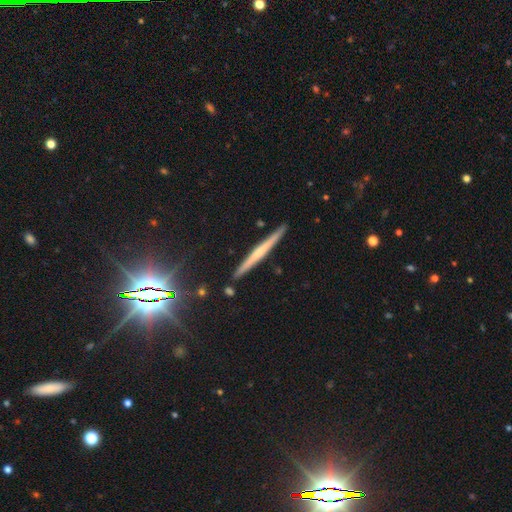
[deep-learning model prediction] A featured or disk galaxy (54%) viewed edge-on (97%) with no central bulge (61%).

Vote fractions:
- Smooth or featured? featured or disk: 54% / smooth: 31% / star or artifact: 14%
- Edge-on disk? yes: 97% / no: 3%
- Edge-on bulge? none: 61% / rounded: 30% / boxy: 9%
- Merging? none: 90% / minor disturbance: 7% / merger: 2% / major disturbance: 1%